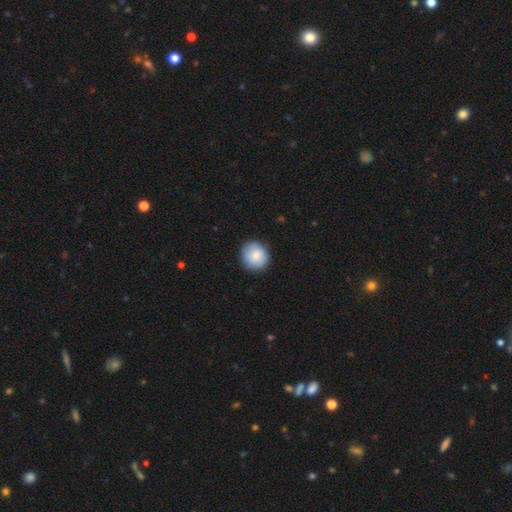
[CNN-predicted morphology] Smooth or featured?
  - smooth: 84% *
  - featured or disk: 9%
  - star or artifact: 6%
How rounded?
  - round: 89% *
  - in between: 10%
  - cigar-shaped: 1%
Merging?
  - none: 87% *
  - minor disturbance: 10%
  - major disturbance: 2%
  - merger: 1%